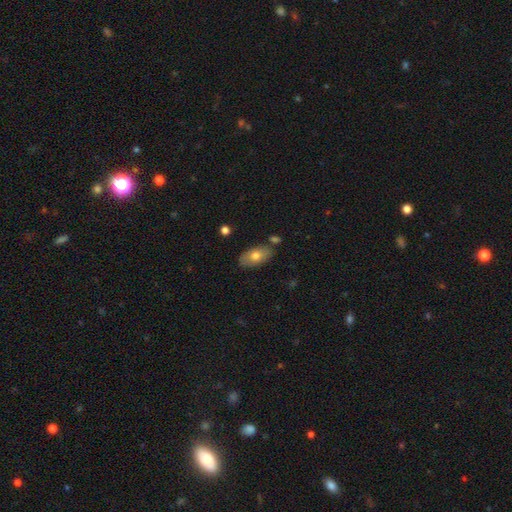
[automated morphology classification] type=smooth (69%); roundness=in between (93%); merging=none (79%).